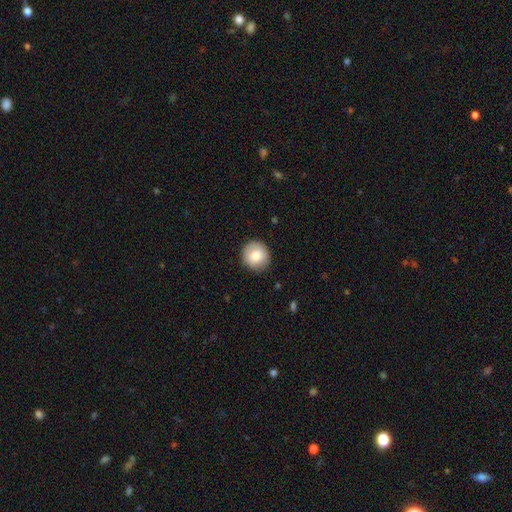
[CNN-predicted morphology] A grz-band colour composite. It shows a smooth galaxy with no disk features (81%) that is round (93%). Merging: none (88%).